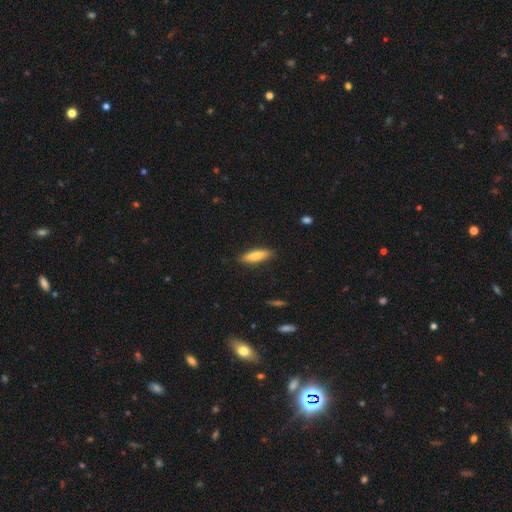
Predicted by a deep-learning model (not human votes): Q: Smooth or featured?
A: smooth (78%); runner-up: featured or disk (16%)
Q: How rounded?
A: cigar-shaped (64%); runner-up: in between (35%)
Q: Merging?
A: none (87%); runner-up: minor disturbance (10%)